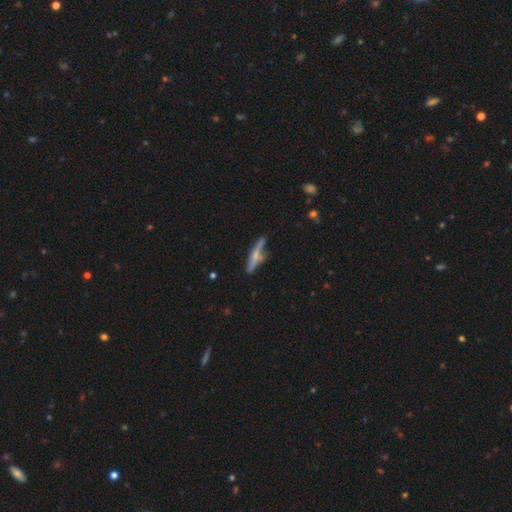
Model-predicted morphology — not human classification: The model was most divided on "smooth or featured": featured or disk: 49%, smooth: 44%, star or artifact: 7%. More confident: merging — none (68%).